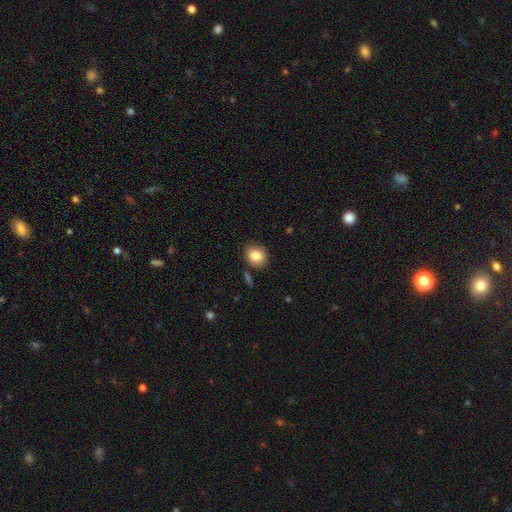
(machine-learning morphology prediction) smooth 85%, star or artifact 8%, featured or disk 7%. Down the decision tree: how rounded — round (57%); merging — none (81%).